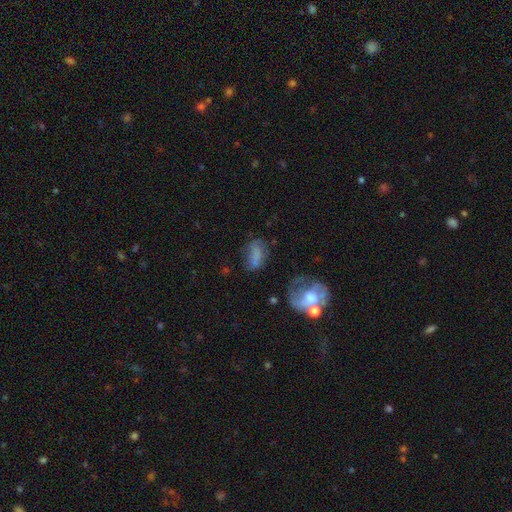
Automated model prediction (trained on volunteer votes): The model was most divided on "merging": none: 48%, minor disturbance: 26%, major disturbance: 20%, merger: 7%. More confident: how rounded — in between (86%); smooth or featured — smooth (65%).